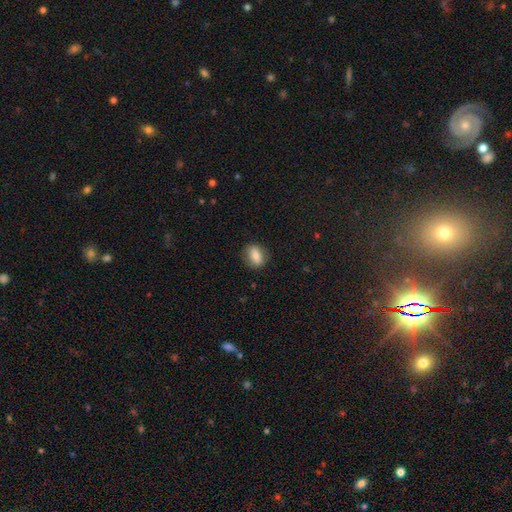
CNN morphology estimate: smooth-or-featured: smooth: 76% | featured or disk: 16% | star or artifact: 8%
  how-rounded: in between: 64% | round: 31% | cigar-shaped: 5%
  merging: none: 83% | minor disturbance: 12% | major disturbance: 4% | merger: 1%